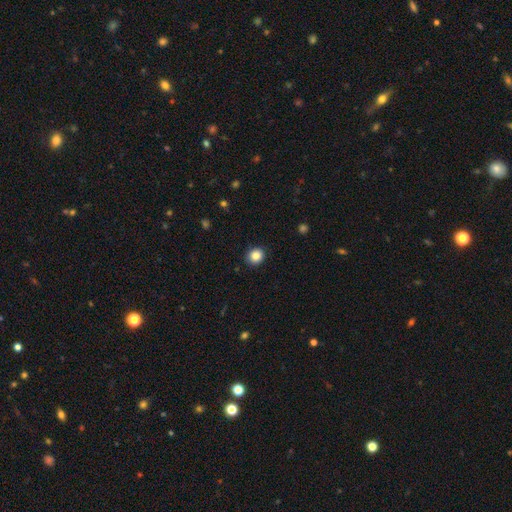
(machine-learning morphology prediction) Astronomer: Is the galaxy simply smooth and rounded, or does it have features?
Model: smooth — 86%.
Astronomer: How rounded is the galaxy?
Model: round — 82%.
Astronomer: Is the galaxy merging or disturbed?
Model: none — 91%.